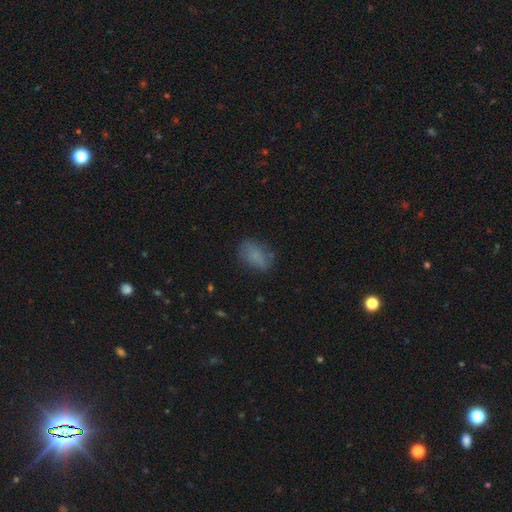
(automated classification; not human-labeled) Smooth or featured?
  - smooth: 78% *
  - featured or disk: 11%
  - star or artifact: 11%
How rounded?
  - in between: 85% *
  - round: 12%
  - cigar-shaped: 2%
Merging?
  - none: 69% *
  - minor disturbance: 21%
  - major disturbance: 8%
  - merger: 2%